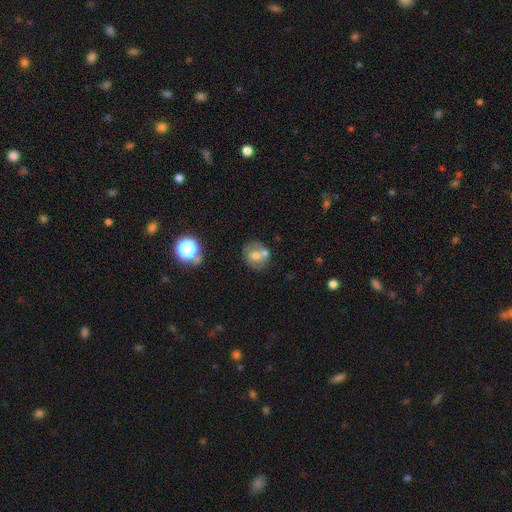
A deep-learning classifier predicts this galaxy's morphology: A smooth galaxy with no disk features (56%) that is round (74%). Merging: none (46%).